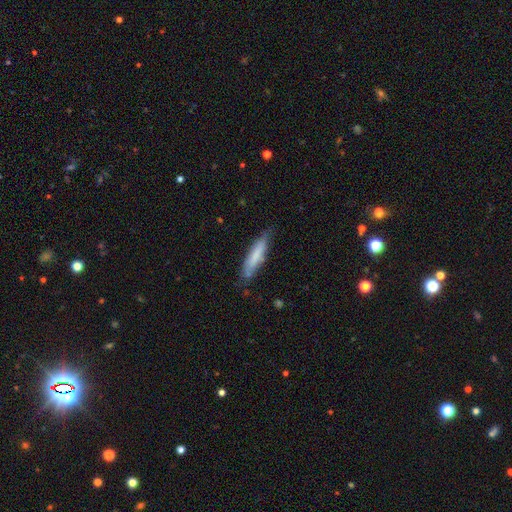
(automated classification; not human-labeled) A smooth galaxy with no disk features (72%) that is cigar-shaped (83%). Merging: none (72%).